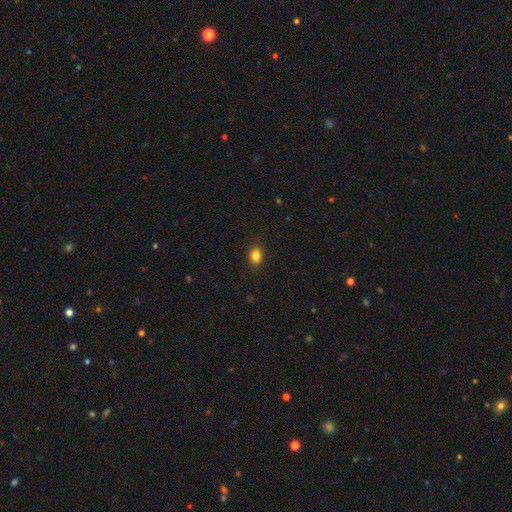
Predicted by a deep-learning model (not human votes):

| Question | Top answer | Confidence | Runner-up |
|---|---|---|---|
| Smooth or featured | smooth | 83% | star or artifact (11%) |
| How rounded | in between | 65% | round (33%) |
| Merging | none | 87% | minor disturbance (10%) |